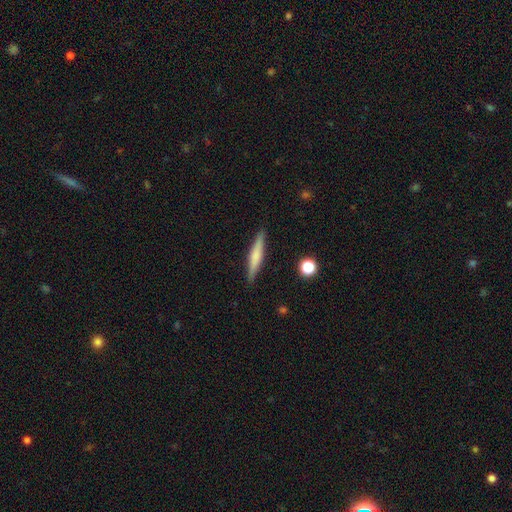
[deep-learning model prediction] The model was most divided on "smooth or featured": smooth: 50%, featured or disk: 43%, star or artifact: 6%. More confident: how rounded — cigar-shaped (91%); merging — none (90%).